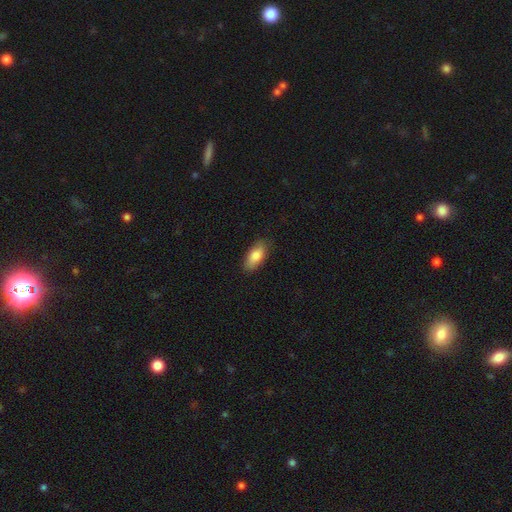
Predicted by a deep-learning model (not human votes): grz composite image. It shows a smooth galaxy with no disk features (83%) that is in between round and cigar-shaped (88%). Merging: none (84%).